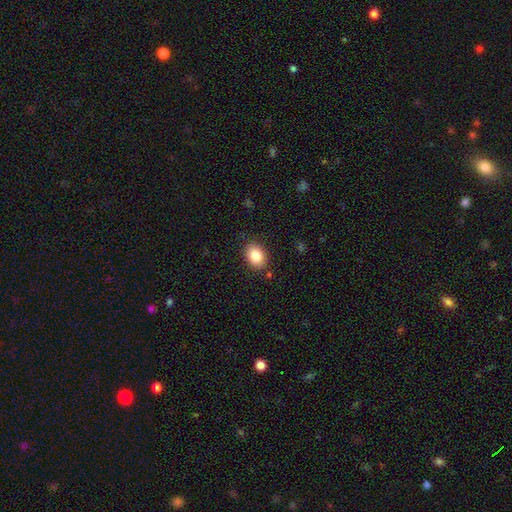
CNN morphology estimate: The model was most divided on "how rounded": in between: 73%, round: 26%, cigar-shaped: 1%. More confident: merging — none (86%); smooth or featured — smooth (85%).